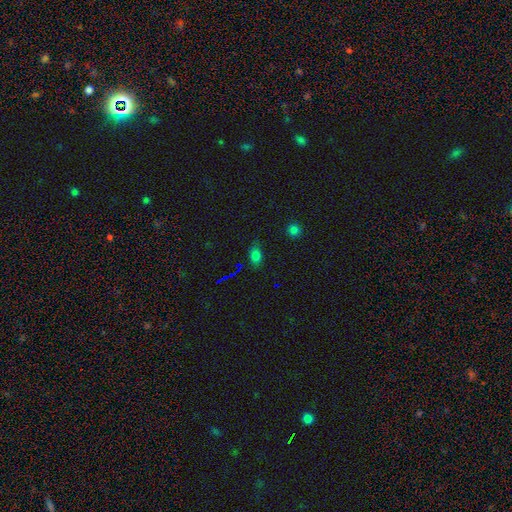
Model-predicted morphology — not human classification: Q: Smooth or featured?
A: smooth (71%); runner-up: star or artifact (22%)
Q: How rounded?
A: in between (79%); runner-up: round (17%)
Q: Merging?
A: none (75%); runner-up: minor disturbance (19%)